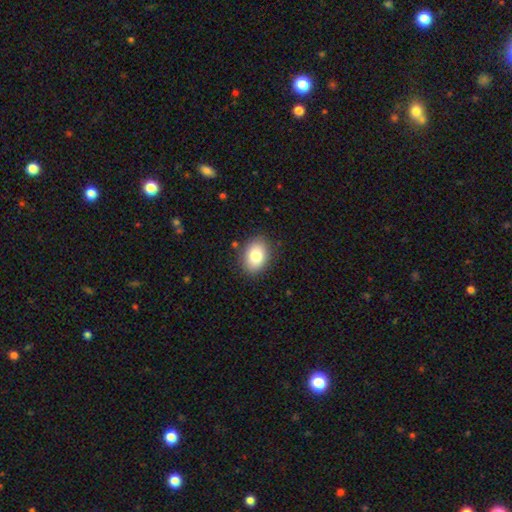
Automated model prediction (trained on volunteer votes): This is clearly a smooth galaxy (83%). How rounded: likely in between (78%). Merging: clearly none (87%).